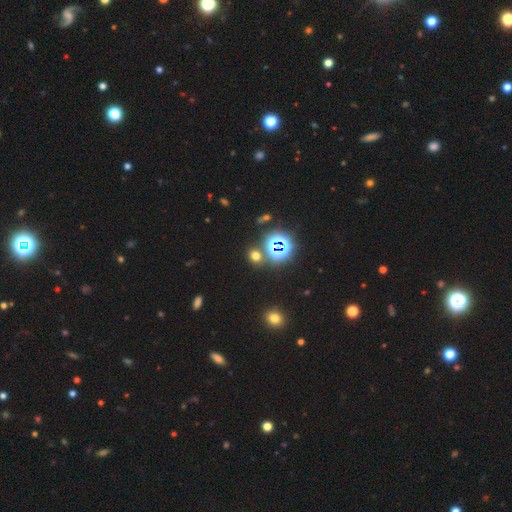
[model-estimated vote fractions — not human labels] The model was most divided on "smooth or featured": smooth: 52%, star or artifact: 41%, featured or disk: 7%. More confident: merging — none (78%); how rounded — round (70%).